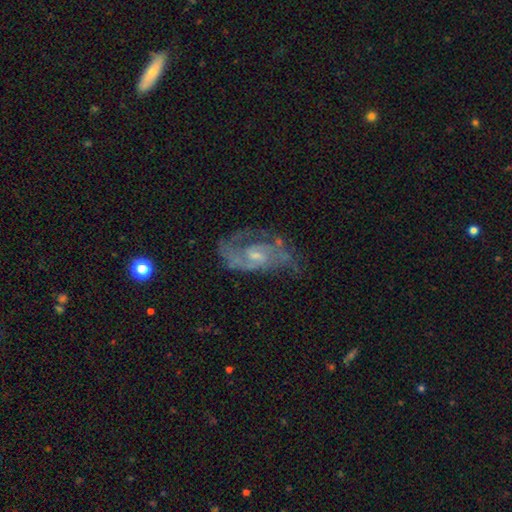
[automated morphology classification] Q: Smooth or featured?
A: featured or disk (82%); runner-up: smooth (10%)
Q: Edge-on disk?
A: no (96%); runner-up: yes (4%)
Q: Bar?
A: no (51%); runner-up: weak (41%)
Q: Spiral arms?
A: yes (89%); runner-up: no (11%)
Q: Spiral winding?
A: medium (49%); runner-up: tight (30%)
Q: Spiral arm count?
A: 2 (64%); runner-up: can't tell (18%)
Q: Bulge size?
A: small (59%); runner-up: moderate (30%)
Q: Merging?
A: none (55%); runner-up: minor disturbance (22%)